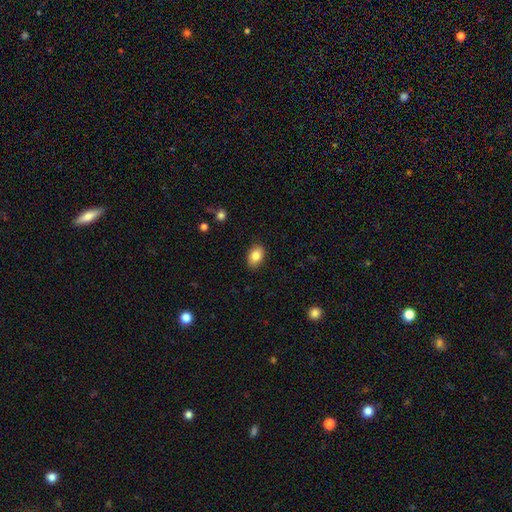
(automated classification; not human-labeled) smooth 84%, featured or disk 8%, star or artifact 8%. Down the decision tree: how rounded — in between (85%); merging — none (87%).